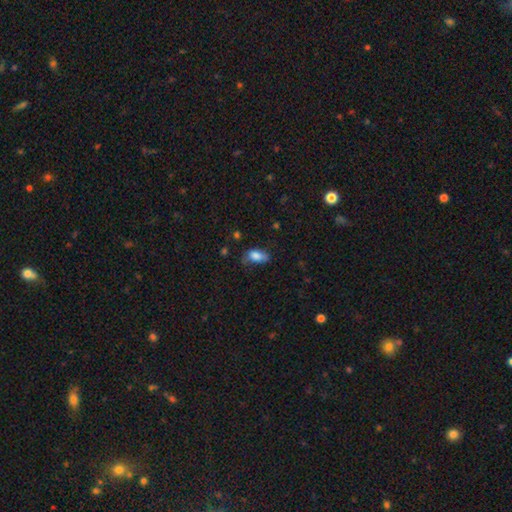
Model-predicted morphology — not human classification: Overall: smooth (81%). How rounded: in between (90%). Merging: none (48%; minor disturbance 34%).